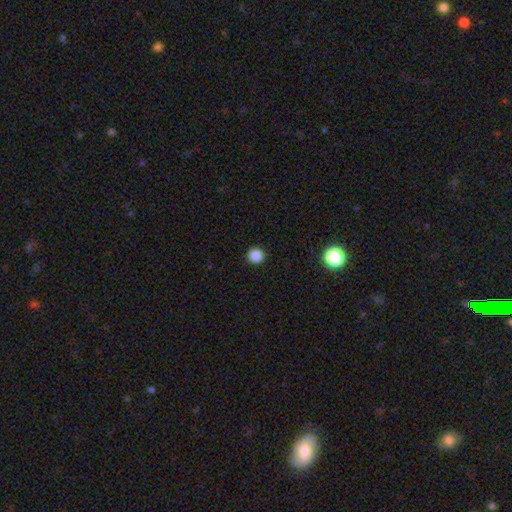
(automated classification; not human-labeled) A smooth galaxy with no disk features (86%) that is round (95%).

Vote fractions:
- Smooth or featured? smooth: 86% / star or artifact: 11% / featured or disk: 3%
- How rounded? round: 95% / in between: 4% / cigar-shaped: 1%
- Merging? none: 93% / minor disturbance: 5% / major disturbance: 2% / merger: 1%